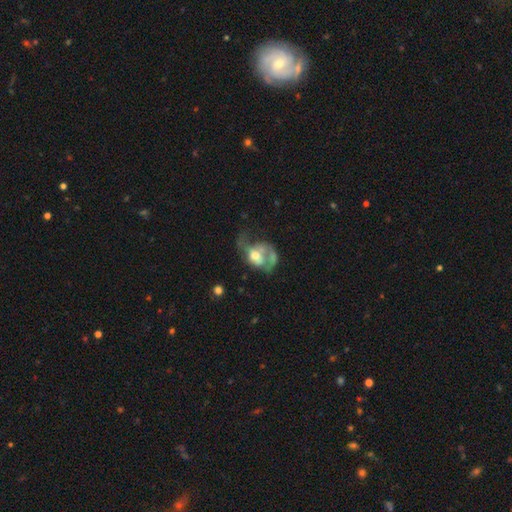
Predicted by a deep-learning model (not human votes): Q: Smooth or featured?
A: featured or disk (52%); runner-up: smooth (40%)
Q: Edge-on disk?
A: no (96%); runner-up: yes (4%)
Q: Bar?
A: no (78%); runner-up: weak (18%)
Q: Spiral arms?
A: no (59%); runner-up: yes (41%)
Q: Bulge size?
A: moderate (49%); runner-up: large (29%)
Q: Merging?
A: major disturbance (51%); runner-up: merger (17%)